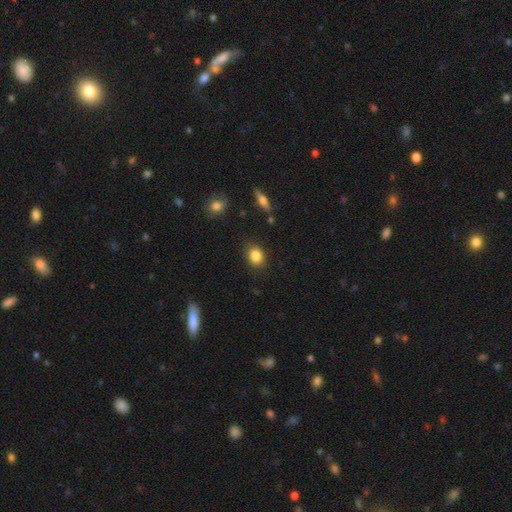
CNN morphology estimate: This appears to be a smooth galaxy with no disk features (84%) that is in between round and cigar-shaped (52%). Merging: none (84%).